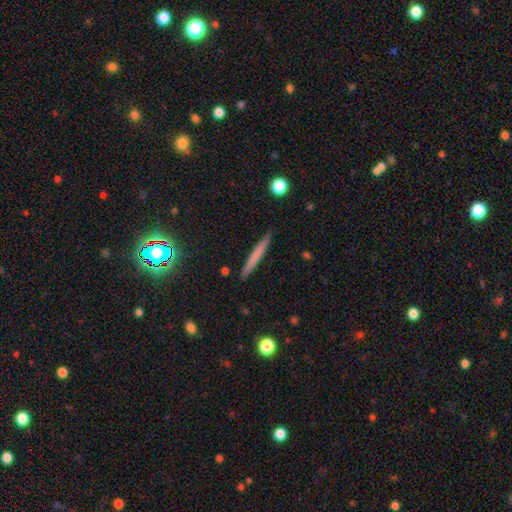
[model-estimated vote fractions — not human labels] A smooth galaxy with no disk features (64%) that is cigar-shaped (96%). Merging: none (90%).